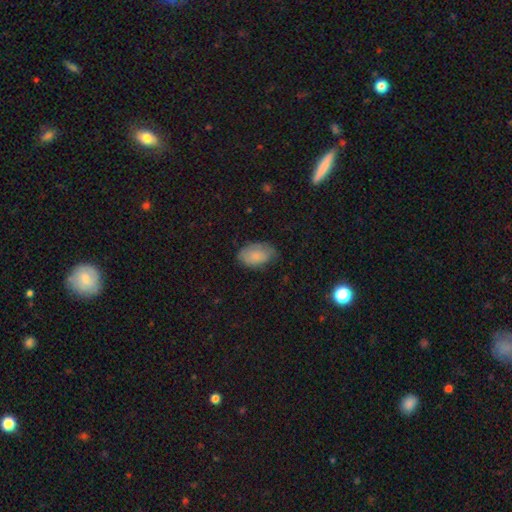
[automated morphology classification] Smooth or featured: smooth — 79% (featured or disk — 14%)
How rounded: in between — 90% (round — 8%)
Merging: none — 68% (minor disturbance — 26%)